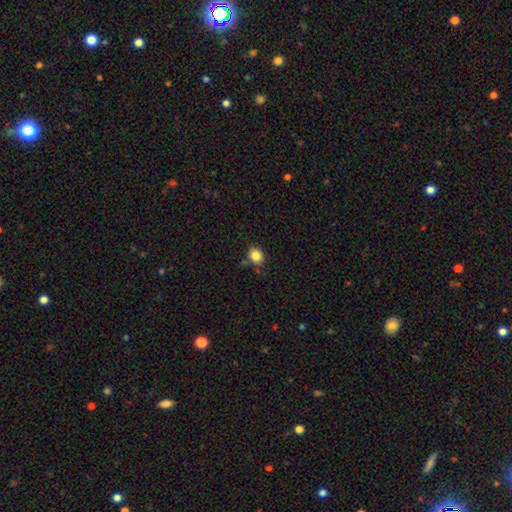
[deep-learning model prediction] Smooth or featured? Predicted: smooth (p=0.85). How rounded? Predicted: round (p=0.59). Merging? Predicted: none (p=0.77).